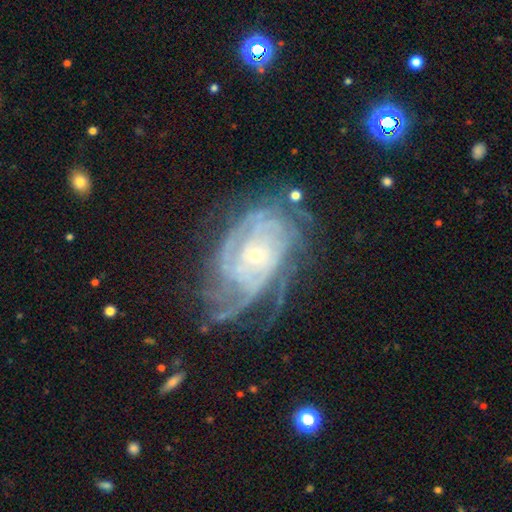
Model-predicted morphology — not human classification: Q: Smooth or featured?
A: featured or disk (89%); runner-up: star or artifact (6%)
Q: Edge-on disk?
A: no (96%); runner-up: yes (4%)
Q: Bar?
A: no (73%); runner-up: weak (20%)
Q: Spiral arms?
A: yes (97%); runner-up: no (3%)
Q: Spiral winding?
A: tight (72%); runner-up: medium (23%)
Q: Spiral arm count?
A: can't tell (26%); runner-up: 4 (25%)
Q: Bulge size?
A: small (73%); runner-up: moderate (24%)
Q: Merging?
A: none (62%); runner-up: minor disturbance (21%)